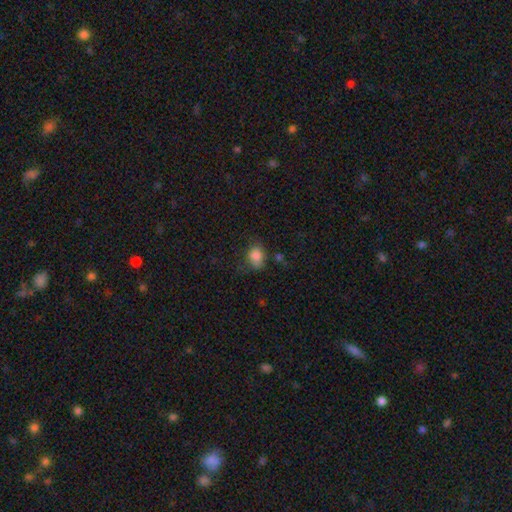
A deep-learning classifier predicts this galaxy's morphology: A smooth galaxy with no disk features (83%) that is in between round and cigar-shaped (57%). Merging: none (59%).